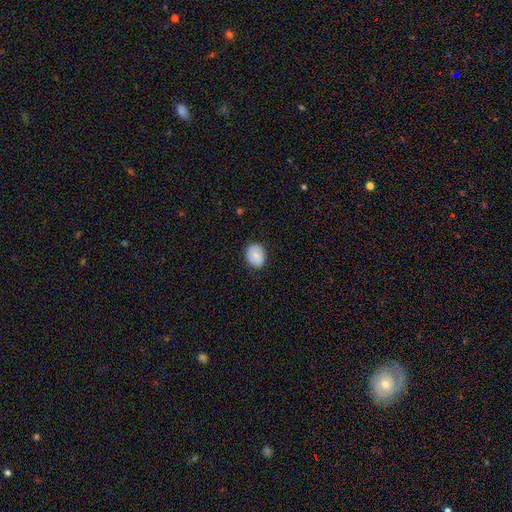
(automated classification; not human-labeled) Smooth or featured? smooth (78%)
How rounded? round (52%)
Merging? none (84%)